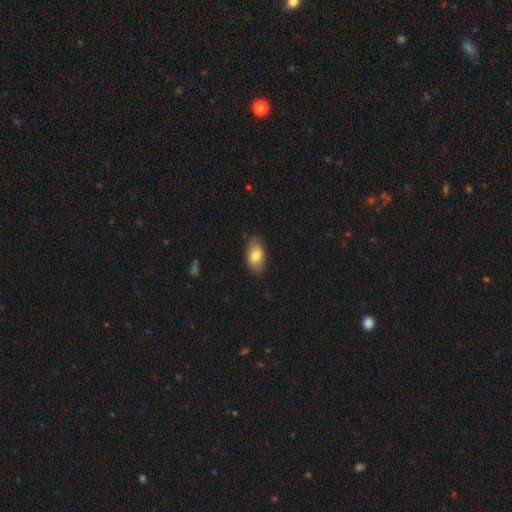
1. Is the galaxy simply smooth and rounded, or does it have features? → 85% smooth, 8% featured or disk, 8% star or artifact.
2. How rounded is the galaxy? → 97% in between, 3% round, 0% cigar-shaped.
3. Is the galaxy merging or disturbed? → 75% none, 22% minor disturbance, 3% major disturbance, 0% merger.